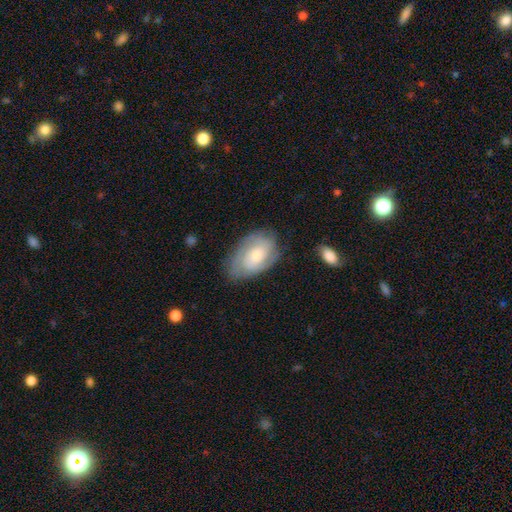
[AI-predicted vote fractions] A featured or disk galaxy (55%) with no bar (70%), spiral arms (83%) and a moderate central bulge (43%). Merging: none (69%).